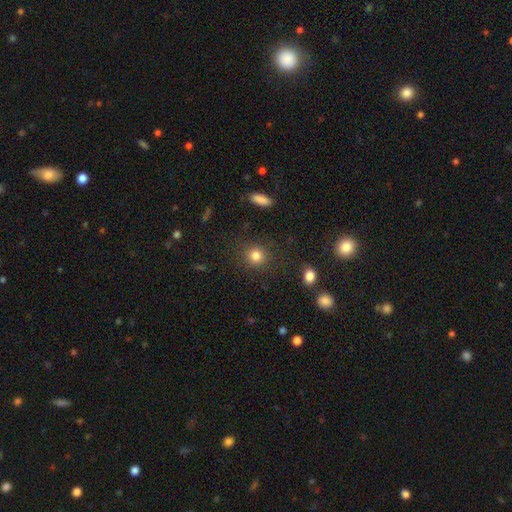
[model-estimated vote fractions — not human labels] The model was most divided on "smooth or featured": smooth: 83%, star or artifact: 11%, featured or disk: 5%. More confident: how rounded — round (88%); merging — none (86%).